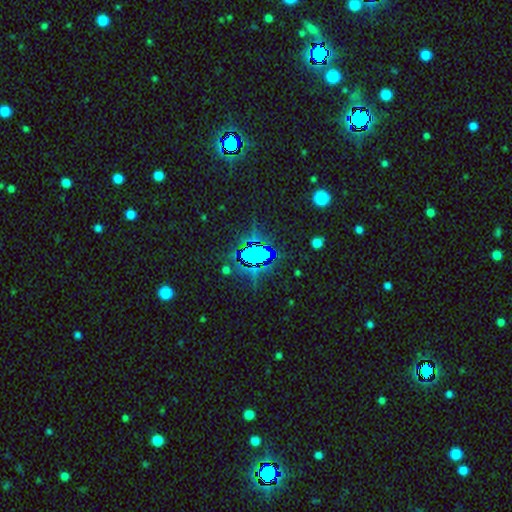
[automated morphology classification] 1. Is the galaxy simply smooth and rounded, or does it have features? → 74% star or artifact, 16% smooth, 10% featured or disk.